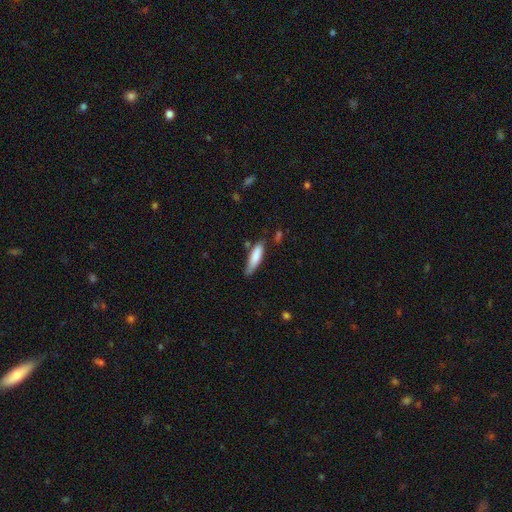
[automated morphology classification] This is clearly a smooth galaxy (81%). How rounded: likely cigar-shaped (62%). Merging: possibly none (59%).